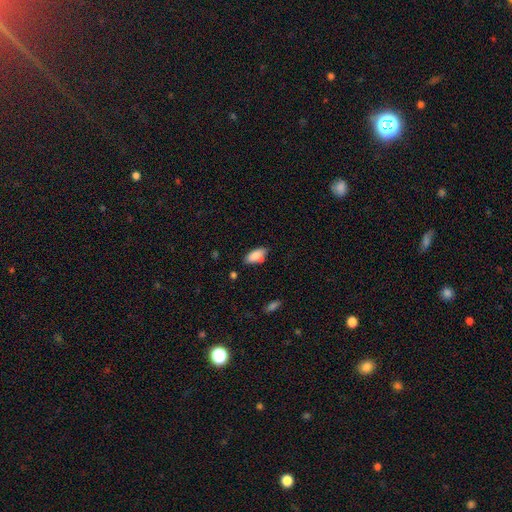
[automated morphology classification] Smooth or featured? smooth (83%)
How rounded? in between (87%)
Merging? none (64%)